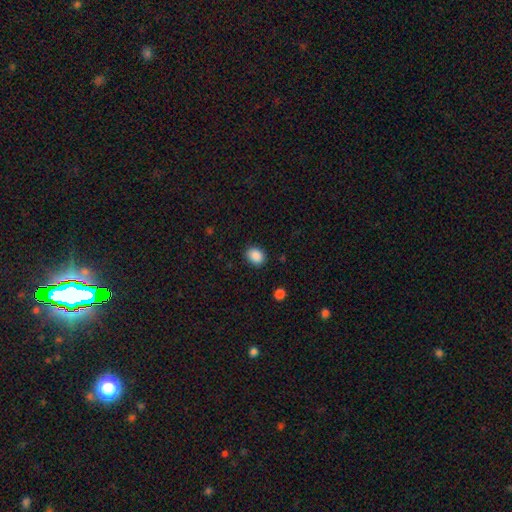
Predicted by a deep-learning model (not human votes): A smooth galaxy with no disk features (88%) that is round (50%).

Vote fractions:
- Smooth or featured? smooth: 88% / star or artifact: 9% / featured or disk: 3%
- How rounded? round: 50% / in between: 49% / cigar-shaped: 1%
- Merging? none: 88% / minor disturbance: 9% / major disturbance: 2% / merger: 1%